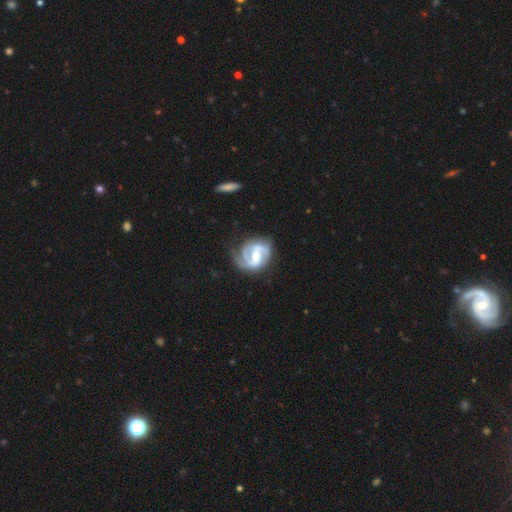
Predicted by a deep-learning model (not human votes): A featured or disk galaxy (89%) with a weak bar (46%), 2 (78%) medium (48%) spiral arms (96%) and a moderate central bulge (66%). Merging: none (65%).